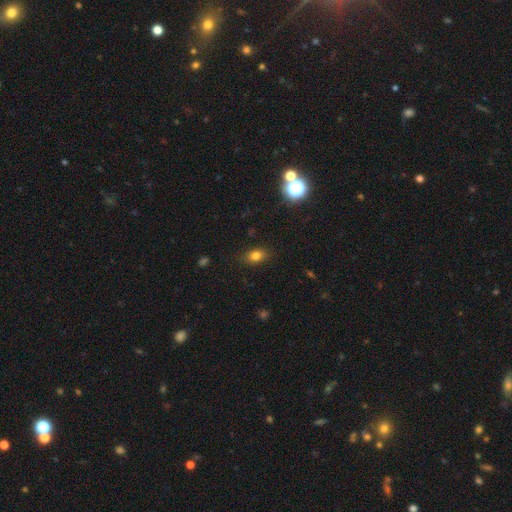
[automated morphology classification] A smooth galaxy with no disk features (78%) that is in between round and cigar-shaped (74%).

Vote fractions:
- Smooth or featured? smooth: 78% / star or artifact: 14% / featured or disk: 7%
- How rounded? in between: 74% / round: 24% / cigar-shaped: 3%
- Merging? none: 84% / minor disturbance: 12% / major disturbance: 3% / merger: 1%